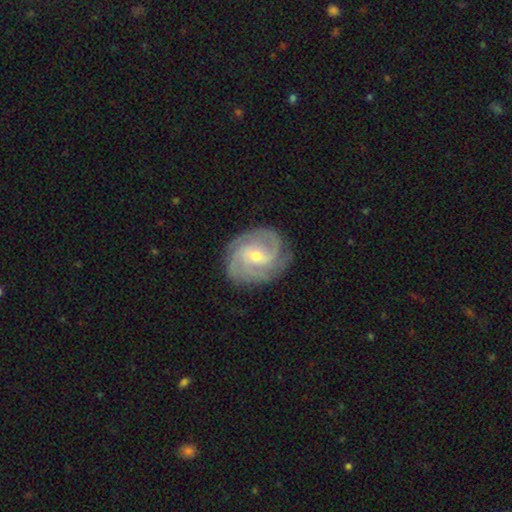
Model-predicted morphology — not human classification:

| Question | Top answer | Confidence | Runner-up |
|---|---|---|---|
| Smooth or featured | featured or disk | 88% | smooth (7%) |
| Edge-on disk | no | 98% | yes (2%) |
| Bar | weak | 46% | no (39%) |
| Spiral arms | yes | 98% | no (2%) |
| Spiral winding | tight | 53% | medium (39%) |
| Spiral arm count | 3 | 45% | 2 (20%) |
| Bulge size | small | 54% | moderate (43%) |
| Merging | none | 81% | minor disturbance (14%) |